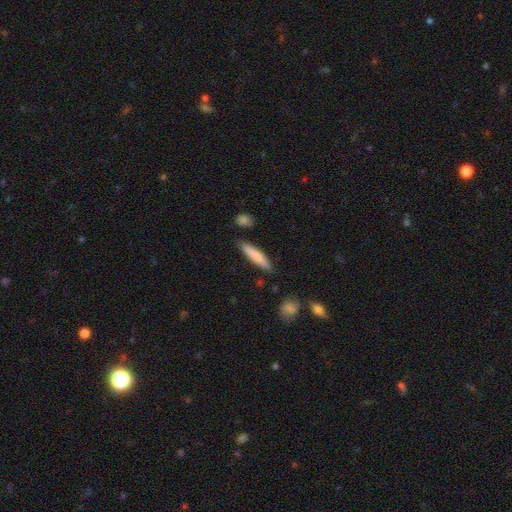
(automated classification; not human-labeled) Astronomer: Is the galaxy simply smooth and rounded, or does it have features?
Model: smooth — 75%.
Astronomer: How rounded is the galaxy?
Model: cigar-shaped — 85%.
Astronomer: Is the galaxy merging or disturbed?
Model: none — 83%.